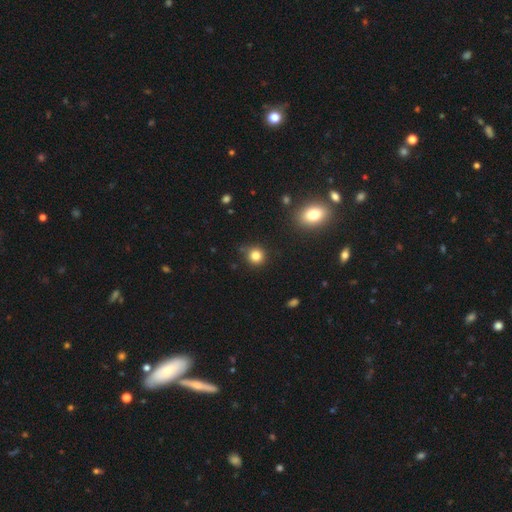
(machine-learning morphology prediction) The model was most divided on "smooth or featured": smooth: 82%, star or artifact: 13%, featured or disk: 5%. More confident: how rounded — round (91%); merging — none (83%).